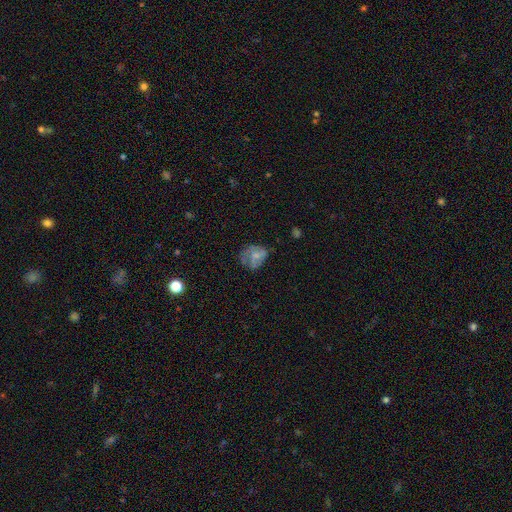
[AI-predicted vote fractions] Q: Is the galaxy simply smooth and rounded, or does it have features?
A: smooth — 54%.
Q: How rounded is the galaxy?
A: round — 51%.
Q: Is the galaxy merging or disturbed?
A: none — 44%.